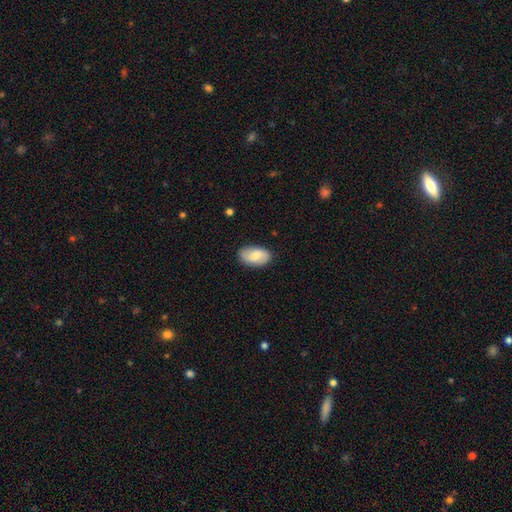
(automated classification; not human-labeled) Smooth or featured?
  - smooth: 68% *
  - featured or disk: 26%
  - star or artifact: 6%
How rounded?
  - in between: 94% *
  - round: 4%
  - cigar-shaped: 2%
Merging?
  - none: 85% *
  - minor disturbance: 12%
  - major disturbance: 2%
  - merger: 1%